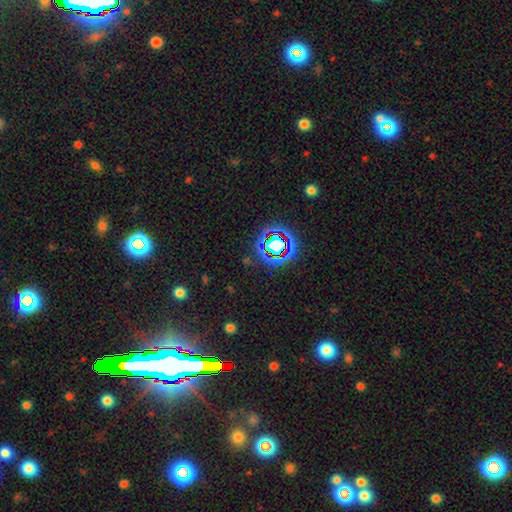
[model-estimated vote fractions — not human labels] Smooth or featured?
  - star or artifact: 72% *
  - featured or disk: 14%
  - smooth: 14%